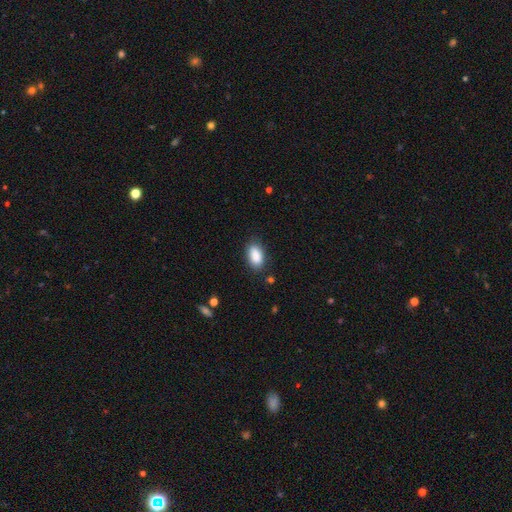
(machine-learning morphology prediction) This is clearly a smooth galaxy (89%). How rounded: clearly in between (92%). Merging: clearly none (82%).